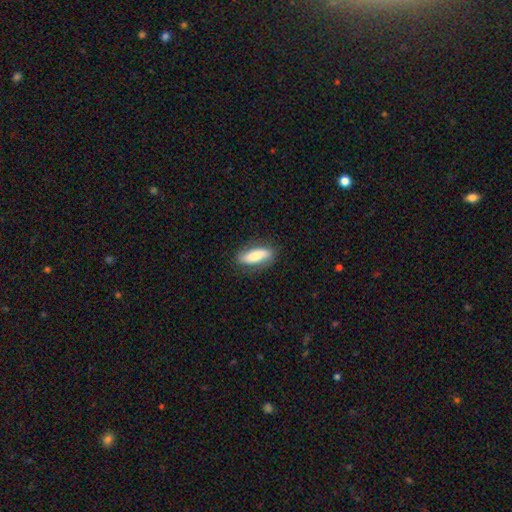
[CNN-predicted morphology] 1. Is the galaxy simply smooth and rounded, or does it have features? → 72% smooth, 22% featured or disk, 6% star or artifact.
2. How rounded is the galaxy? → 60% in between, 37% cigar-shaped, 2% round.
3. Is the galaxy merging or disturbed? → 81% none, 14% minor disturbance, 4% major disturbance, 1% merger.